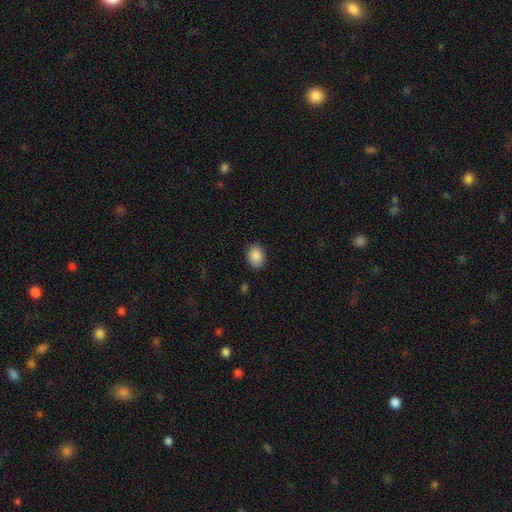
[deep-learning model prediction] Morphology: type=smooth (89%); roundness=in between (63%); merging=none (88%).